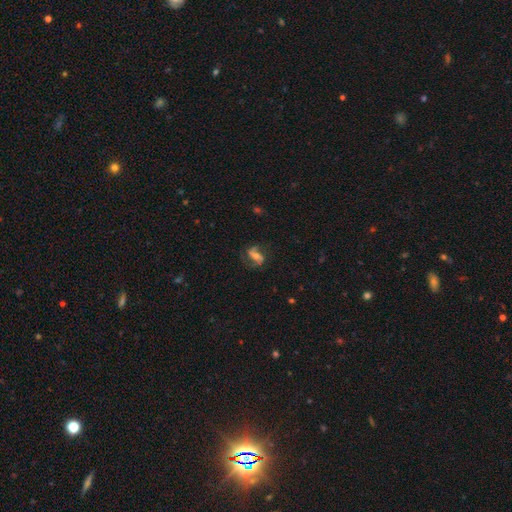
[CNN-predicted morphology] A featured or disk galaxy (66%) with a strong bar (38%), 2 (86%) medium (42%, tied with loose) spiral arms (89%) and a moderate central bulge (41%).

Vote fractions:
- Smooth or featured? featured or disk: 66% / smooth: 24% / star or artifact: 10%
- Edge-on disk? no: 95% / yes: 5%
- Bar? strong: 38% / weak: 36% / no: 25%
- Spiral arms? yes: 89% / no: 11%
- Spiral winding? medium: 42% (tied) / loose: 42% (tied) / tight: 15%
- Spiral arm count? 2: 86% / can't tell: 6% / 1: 4% / 3: 2% / 4: 1% / more than 4: 1%
- Bulge size? moderate: 41% / small: 39% / large: 9% / none: 9% / dominant: 2%
- Merging? none: 65% / minor disturbance: 18% / major disturbance: 15% / merger: 2%